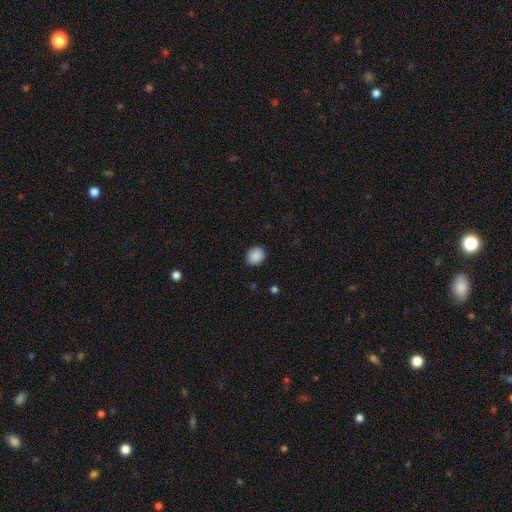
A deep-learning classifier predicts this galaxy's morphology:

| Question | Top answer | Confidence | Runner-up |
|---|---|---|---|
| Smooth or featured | smooth | 89% | star or artifact (8%) |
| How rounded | round | 58% | in between (41%) |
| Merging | none | 86% | minor disturbance (11%) |